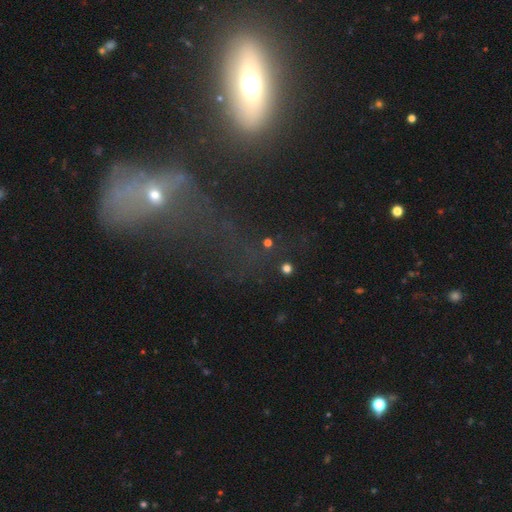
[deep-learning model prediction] Smooth or featured: smooth — 36% (featured or disk — 33%)
Merging: major disturbance — 33% (none — 29%)